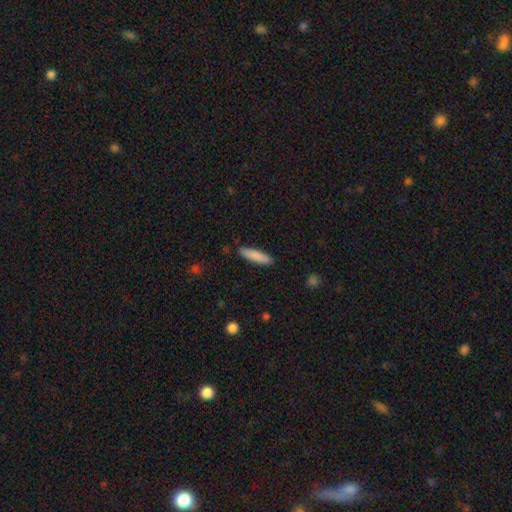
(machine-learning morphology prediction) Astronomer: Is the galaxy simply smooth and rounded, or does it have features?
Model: smooth — 85%.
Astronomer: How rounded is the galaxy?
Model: cigar-shaped — 77%.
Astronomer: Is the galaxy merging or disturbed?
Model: none — 88%.